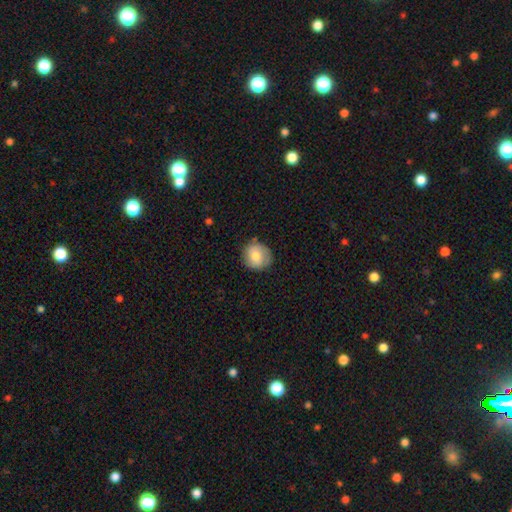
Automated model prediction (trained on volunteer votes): Smooth or featured? smooth (76%)
How rounded? round (87%)
Merging? none (81%)